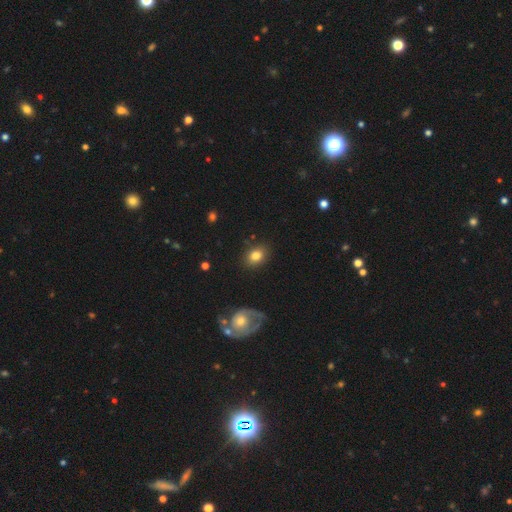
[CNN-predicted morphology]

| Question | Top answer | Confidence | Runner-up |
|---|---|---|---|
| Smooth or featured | smooth | 82% | featured or disk (9%) |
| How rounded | in between | 63% | round (36%) |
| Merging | none | 84% | minor disturbance (11%) |